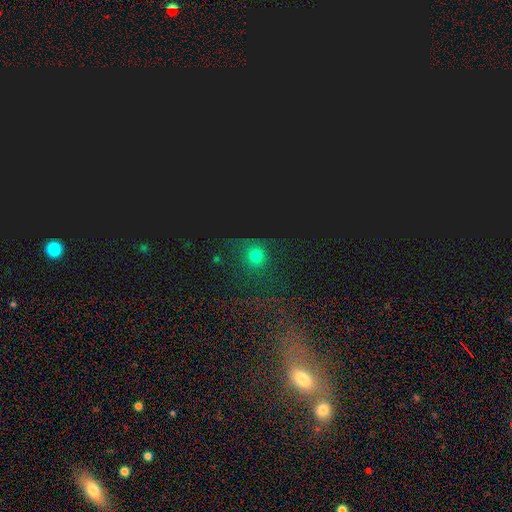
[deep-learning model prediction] A smooth galaxy with no disk features (49%). Merging: none (66%).